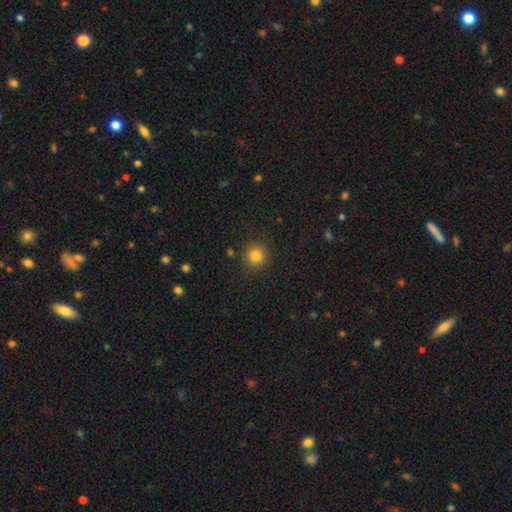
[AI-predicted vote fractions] smooth_or_featured: smooth (p=0.82) [alt: star or artifact p=0.12]
how_rounded: round (p=0.92) [alt: in between p=0.07]
merging: none (p=0.88) [alt: minor disturbance p=0.07]